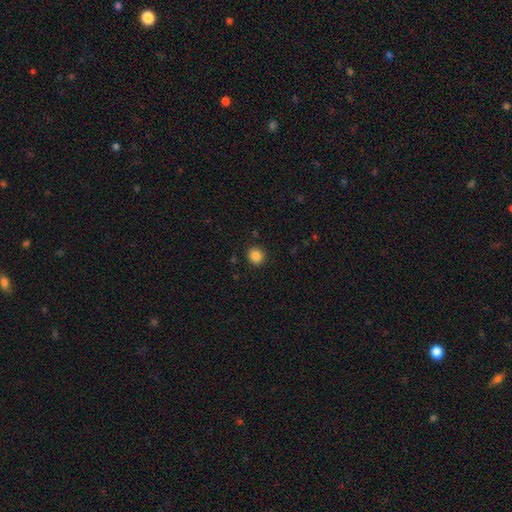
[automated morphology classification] Smooth or featured? Predicted: smooth (p=0.86). How rounded? Predicted: round (p=0.85). Merging? Predicted: none (p=0.91).